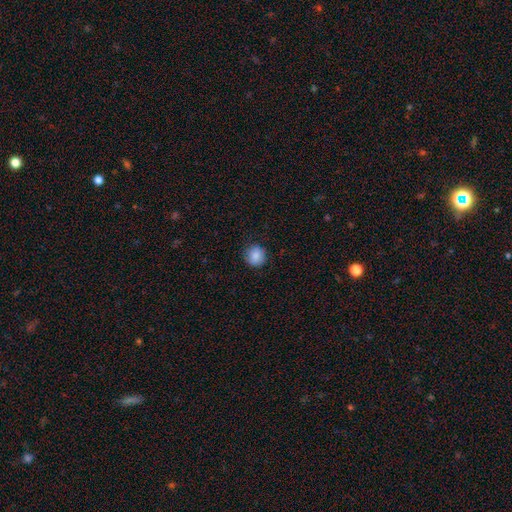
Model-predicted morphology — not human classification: A smooth galaxy with no disk features (86%) that is round (90%). Merging: none (86%).